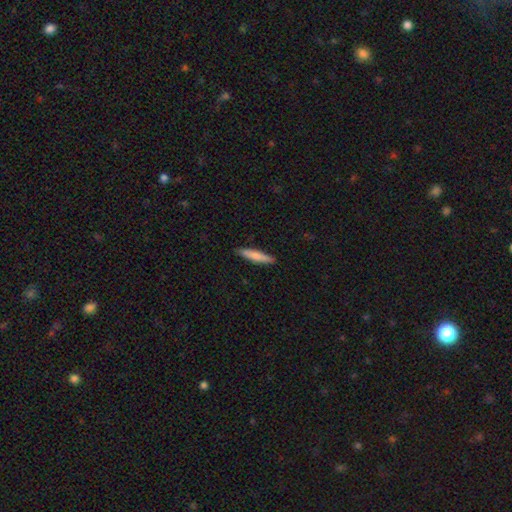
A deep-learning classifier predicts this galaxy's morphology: Smooth or featured: smooth — 72% (featured or disk — 23%)
How rounded: cigar-shaped — 88% (in between — 10%)
Merging: none — 90% (minor disturbance — 7%)